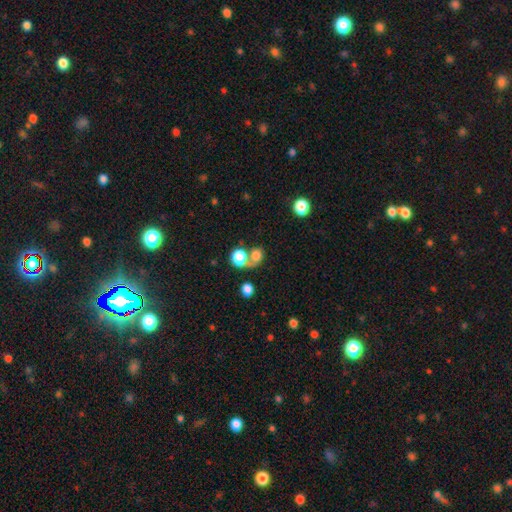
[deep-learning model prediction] Smooth or featured? Predicted: smooth (p=0.74). How rounded? Predicted: round (p=0.65). Merging? Predicted: merger (p=0.53).